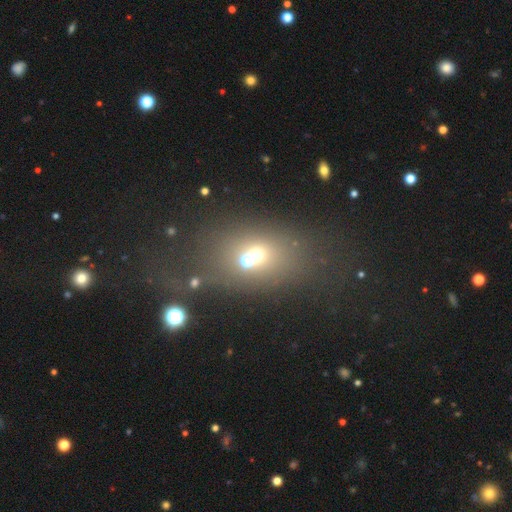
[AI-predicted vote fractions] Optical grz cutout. It shows a smooth galaxy with no disk features (54%) that is round (49%, tied with in between). Merging: none (42%).